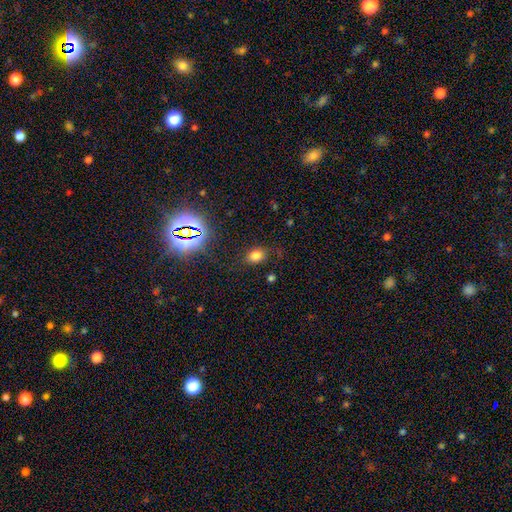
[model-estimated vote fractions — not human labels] Overall: smooth (73%). How rounded: in between (67%; round 32%). Merging: none (78%).